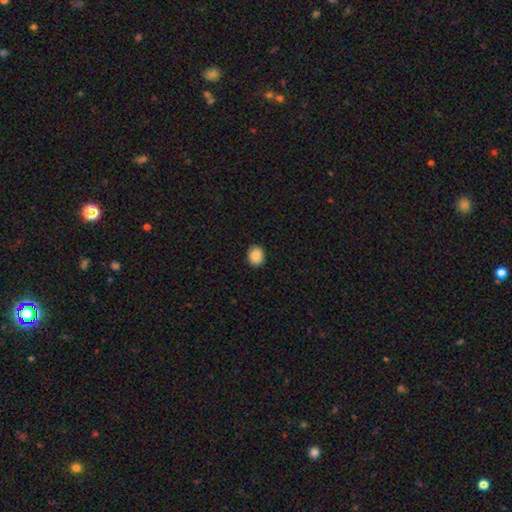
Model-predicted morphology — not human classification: A smooth galaxy with no disk features (89%) that is round (68%).

Vote fractions:
- Smooth or featured? smooth: 89% / star or artifact: 9% / featured or disk: 3%
- How rounded? round: 68% / in between: 31% / cigar-shaped: 1%
- Merging? none: 92% / minor disturbance: 6% / major disturbance: 2% / merger: 1%